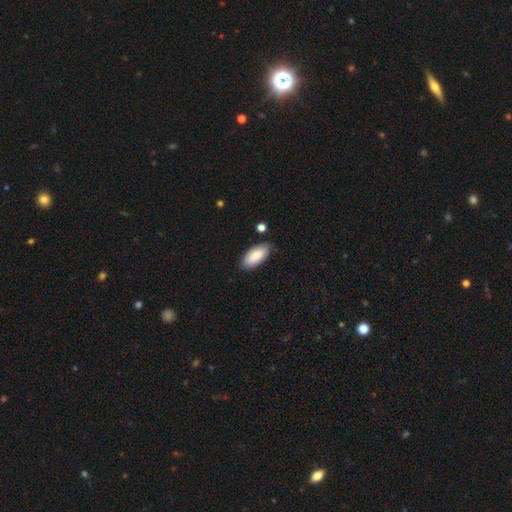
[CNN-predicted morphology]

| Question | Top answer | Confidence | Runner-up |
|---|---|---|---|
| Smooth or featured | smooth | 84% | featured or disk (10%) |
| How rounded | in between | 89% | cigar-shaped (10%) |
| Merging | none | 82% | minor disturbance (13%) |